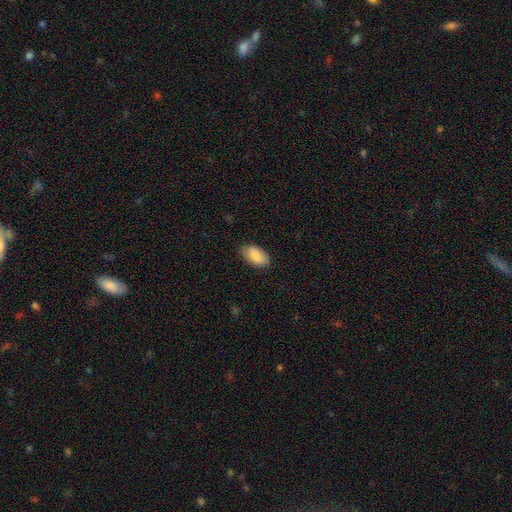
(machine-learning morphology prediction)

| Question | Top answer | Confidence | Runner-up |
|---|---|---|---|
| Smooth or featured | smooth | 87% | featured or disk (7%) |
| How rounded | in between | 95% | round (3%) |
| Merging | none | 81% | minor disturbance (15%) |